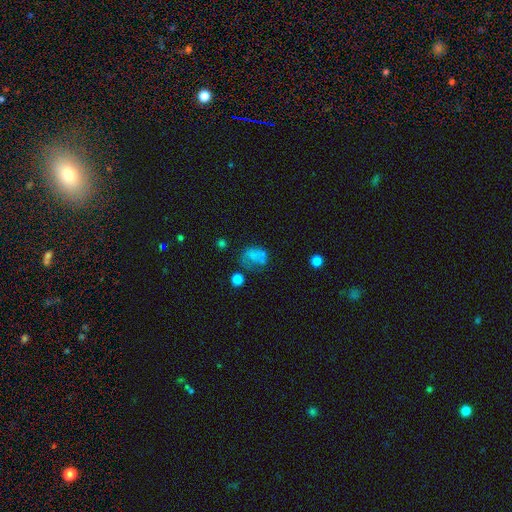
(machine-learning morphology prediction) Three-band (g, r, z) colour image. It shows a smooth galaxy with no disk features (60%) that is in between round and cigar-shaped (60%). Merging: none (35%).